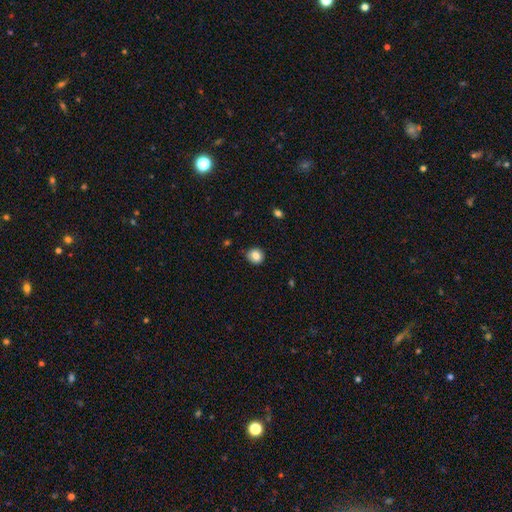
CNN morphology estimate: smooth_or_featured: smooth (p=0.84) [alt: star or artifact p=0.10]
how_rounded: round (p=0.86) [alt: in between p=0.13]
merging: none (p=0.84) [alt: minor disturbance p=0.12]